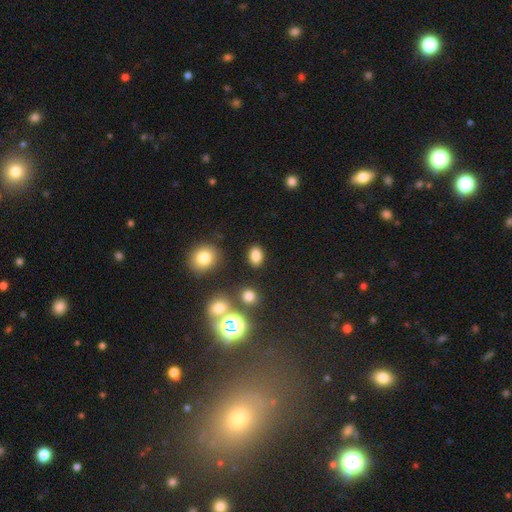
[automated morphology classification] Smooth or featured? smooth (81%)
How rounded? in between (78%)
Merging? none (85%)